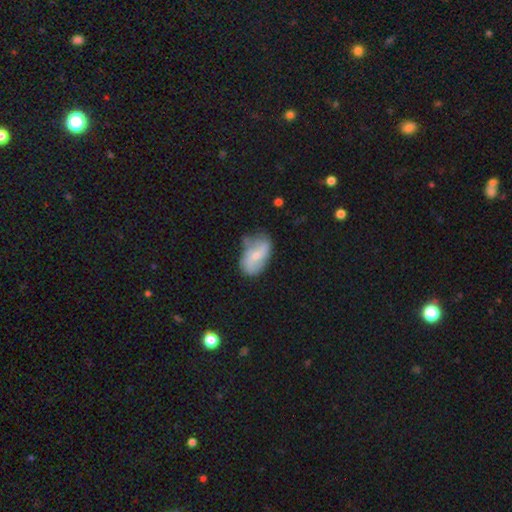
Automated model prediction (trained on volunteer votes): Smooth or featured? featured or disk (51%)
Edge-on disk? no (95%)
Merging? none (53%)